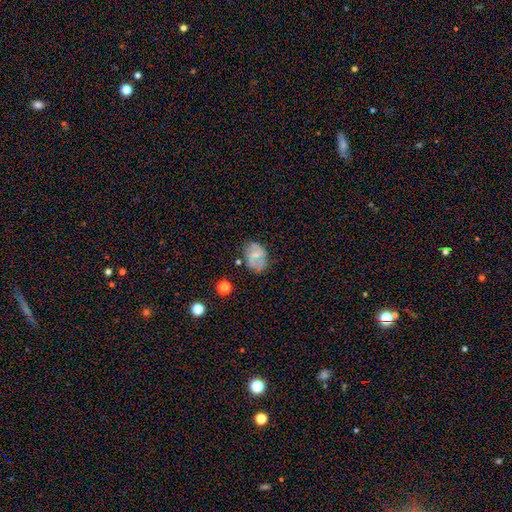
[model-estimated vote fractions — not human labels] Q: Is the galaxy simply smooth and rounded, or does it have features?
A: smooth — 51%.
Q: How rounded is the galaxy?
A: in between — 67%.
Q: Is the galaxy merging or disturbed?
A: none — 70%.